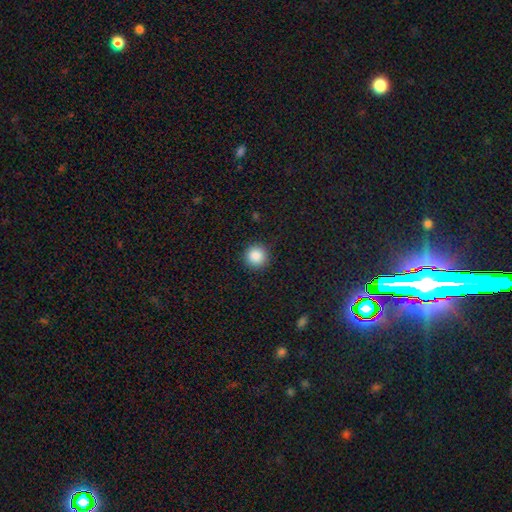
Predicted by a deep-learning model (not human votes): Smooth or featured? smooth (87%)
How rounded? round (95%)
Merging? none (91%)